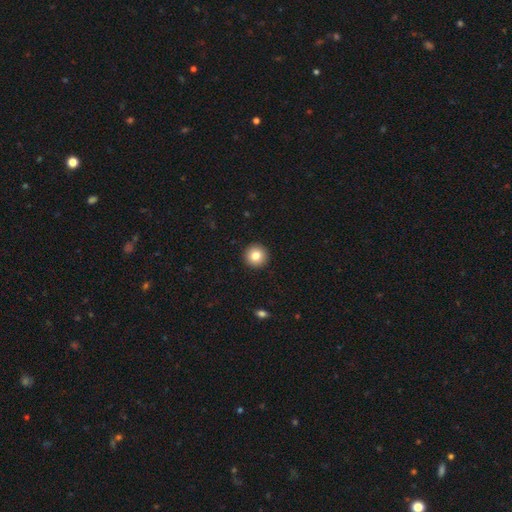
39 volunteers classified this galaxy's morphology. Smooth or featured? 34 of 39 (87%) said smooth. How rounded? 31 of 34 (91%) said round. Merging? 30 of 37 (81%) said none.